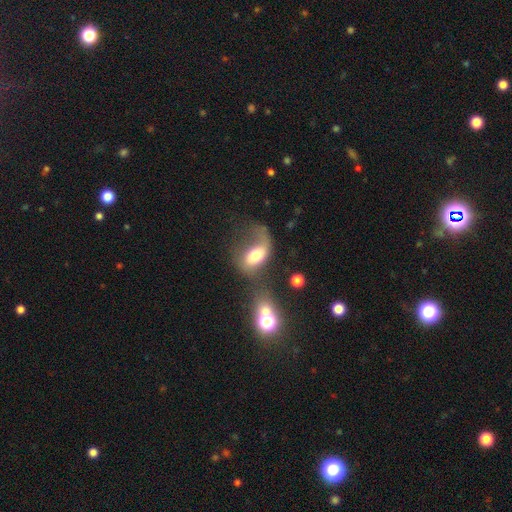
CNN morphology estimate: Smooth or featured? Predicted: smooth (p=0.49). Merging? Predicted: major disturbance (p=0.40).